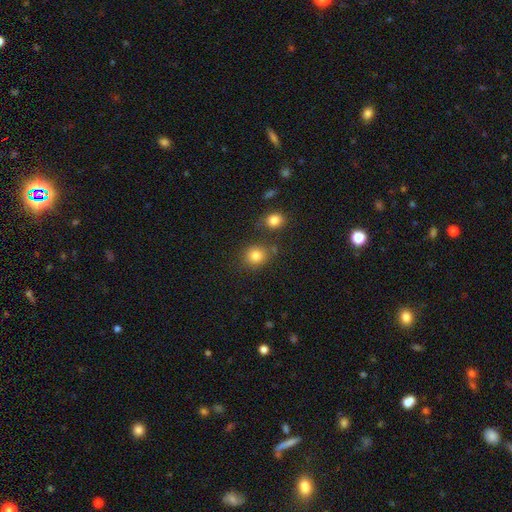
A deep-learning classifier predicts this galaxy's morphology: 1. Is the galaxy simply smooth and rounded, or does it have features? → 83% smooth, 11% star or artifact, 6% featured or disk.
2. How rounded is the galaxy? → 81% round, 18% in between, 1% cigar-shaped.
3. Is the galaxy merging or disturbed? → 76% none, 11% minor disturbance, 10% merger, 4% major disturbance.